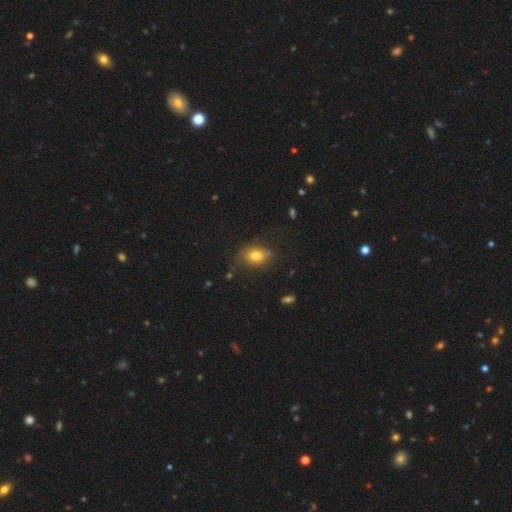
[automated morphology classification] Smooth or featured?
  - smooth: 76% *
  - featured or disk: 13%
  - star or artifact: 11%
How rounded?
  - in between: 63% *
  - round: 36%
  - cigar-shaped: 1%
Merging?
  - none: 69% *
  - minor disturbance: 21%
  - major disturbance: 7%
  - merger: 3%